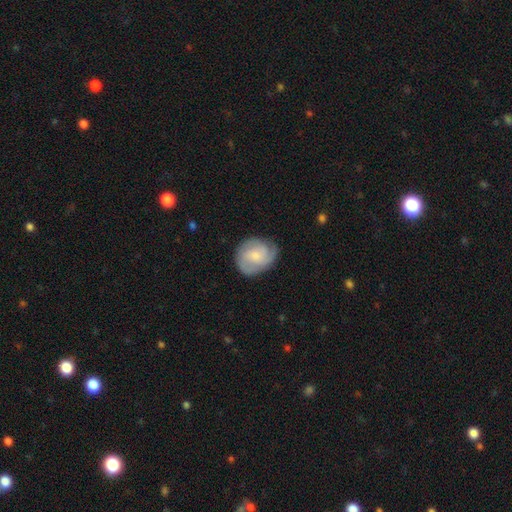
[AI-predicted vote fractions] Smooth or featured?
  - featured or disk: 63% *
  - smooth: 31%
  - star or artifact: 6%
Edge-on disk?
  - no: 98% *
  - yes: 2%
Bar?
  - no: 69% *
  - weak: 28%
  - strong: 4%
Spiral arms?
  - yes: 93% *
  - no: 7%
Spiral winding?
  - tight: 48% *
  - medium: 40%
  - loose: 12%
Spiral arm count?
  - 3: 39% *
  - 2: 22%
  - can't tell: 22%
  - 4: 7%
  - 1: 5%
  - more than 4: 4%
Bulge size?
  - small: 53% *
  - moderate: 35%
  - none: 7%
  - large: 3%
  - dominant: 1%
Merging?
  - none: 72% *
  - minor disturbance: 20%
  - major disturbance: 6%
  - merger: 1%